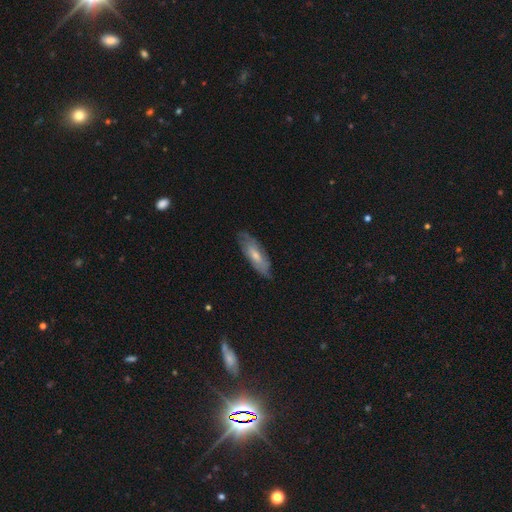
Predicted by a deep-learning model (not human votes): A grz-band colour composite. It shows a featured or disk galaxy (50%). Merging: none (73%).